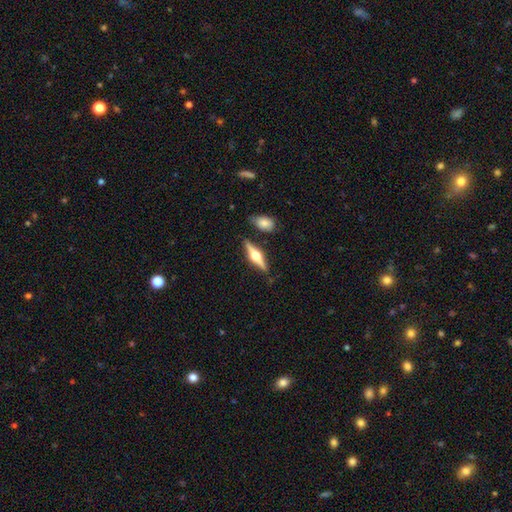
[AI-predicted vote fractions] Q: Smooth or featured?
A: featured or disk (72%); runner-up: smooth (23%)
Q: Edge-on disk?
A: yes (97%); runner-up: no (3%)
Q: Edge-on bulge?
A: rounded (96%); runner-up: boxy (3%)
Q: Merging?
A: none (83%); runner-up: minor disturbance (9%)